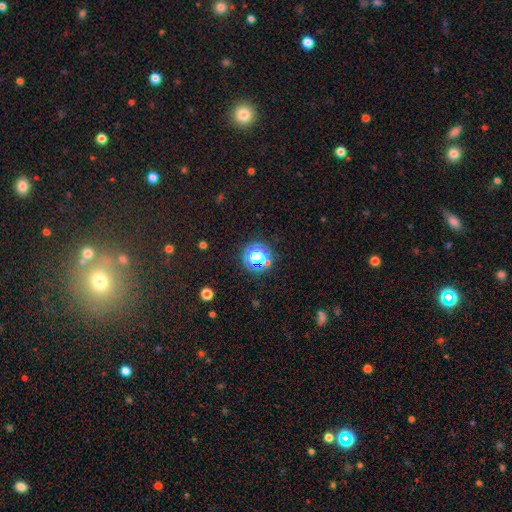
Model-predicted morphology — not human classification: This is possibly a star or artifact rather than a galaxy (52%).